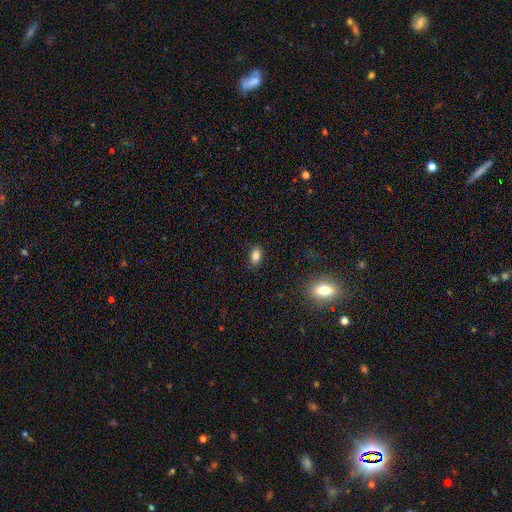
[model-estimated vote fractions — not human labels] Overall: smooth (83%). How rounded: in between (86%). Merging: none (85%).